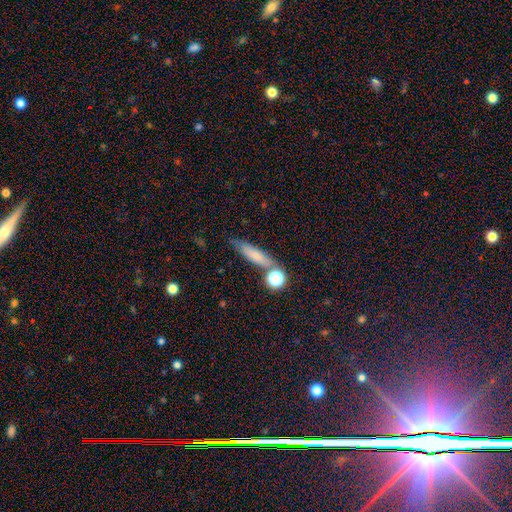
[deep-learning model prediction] Q: Smooth or featured?
A: smooth (69%); runner-up: featured or disk (21%)
Q: How rounded?
A: cigar-shaped (69%); runner-up: in between (25%)
Q: Merging?
A: none (66%); runner-up: minor disturbance (16%)